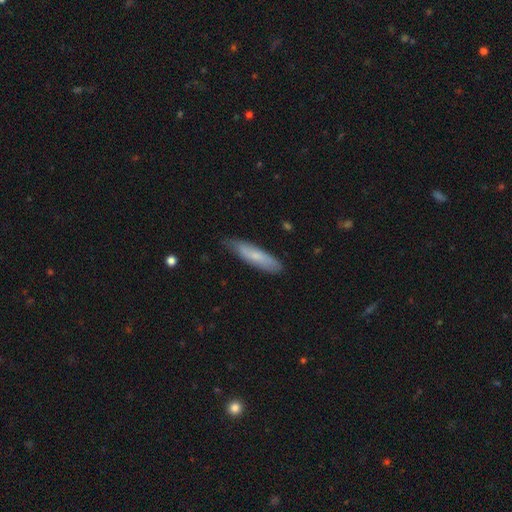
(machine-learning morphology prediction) A smooth galaxy with no disk features (69%) that is cigar-shaped (76%).

Vote fractions:
- Smooth or featured? smooth: 69% / featured or disk: 25% / star or artifact: 6%
- How rounded? cigar-shaped: 76% / in between: 23% / round: 2%
- Merging? none: 76% / minor disturbance: 20% / major disturbance: 3% / merger: 1%